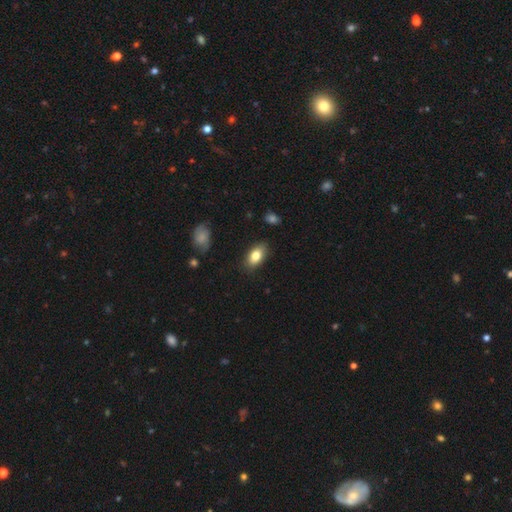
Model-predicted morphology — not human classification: A smooth galaxy with no disk features (81%) that is in between round and cigar-shaped (91%). Merging: none (84%).